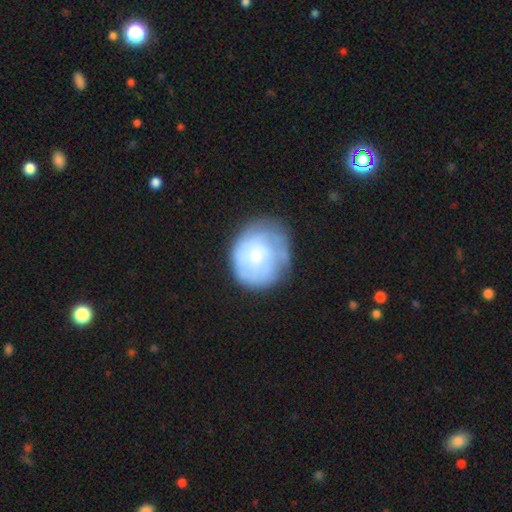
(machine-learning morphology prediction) Smooth or featured?
  - smooth: 49% *
  - featured or disk: 44%
  - star or artifact: 7%
Merging?
  - none: 60% *
  - minor disturbance: 26%
  - major disturbance: 12%
  - merger: 2%